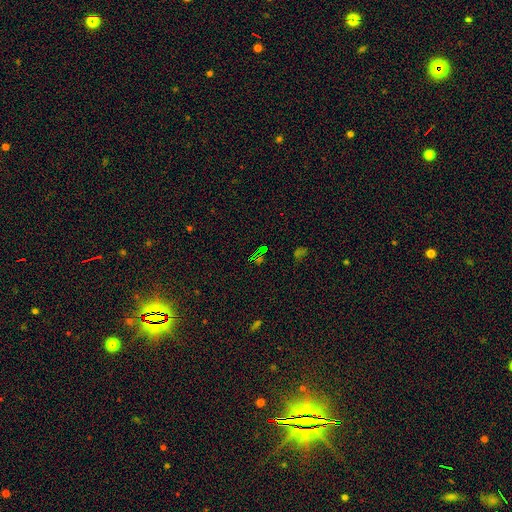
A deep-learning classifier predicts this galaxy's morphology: star or artifact 73%, smooth 18%, featured or disk 9%.